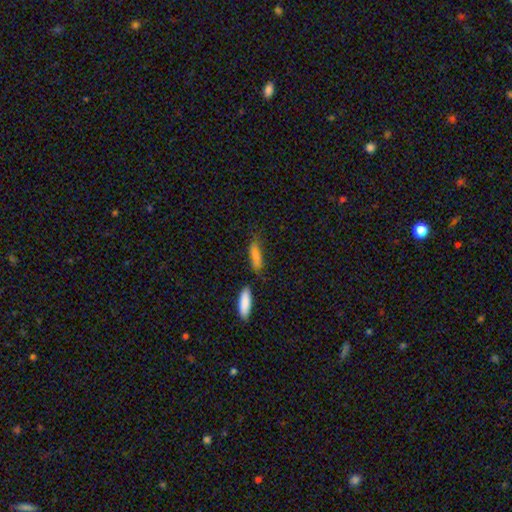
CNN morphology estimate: The model was most divided on "how rounded": cigar-shaped: 55%, in between: 42%, round: 2%. More confident: smooth or featured — smooth (80%); merging — none (58%).